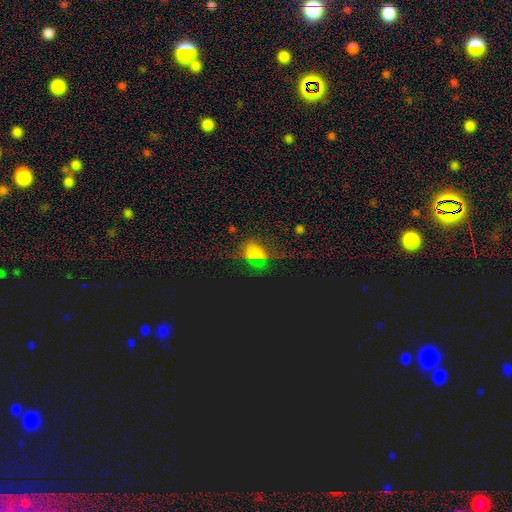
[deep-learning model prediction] This appears to be a star or artifact, not a galaxy (45%).